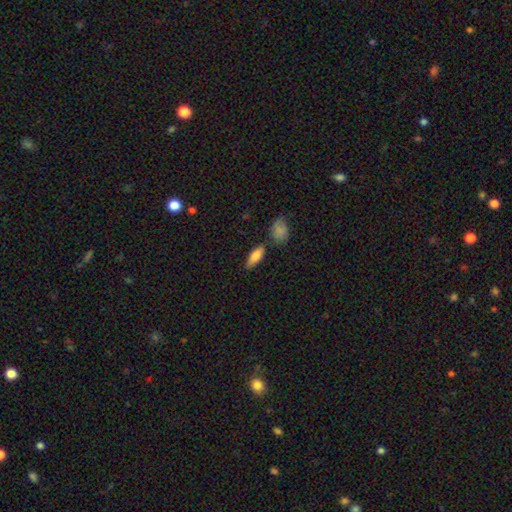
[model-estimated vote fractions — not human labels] Q: Smooth or featured?
A: smooth (80%); runner-up: featured or disk (14%)
Q: How rounded?
A: in between (71%); runner-up: cigar-shaped (26%)
Q: Merging?
A: none (76%); runner-up: minor disturbance (14%)